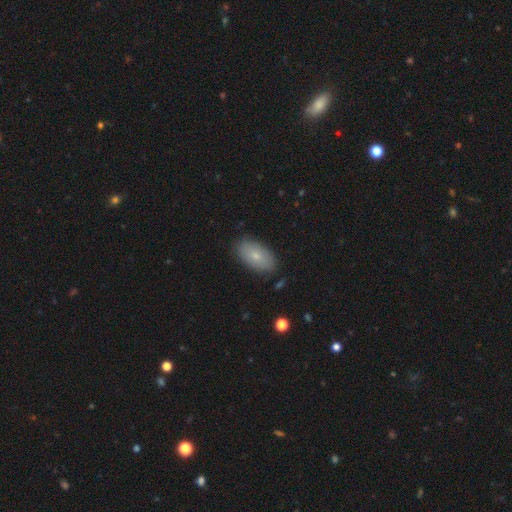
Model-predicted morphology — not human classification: A smooth galaxy with no disk features (76%) that is in between round and cigar-shaped (93%). Merging: none (85%).